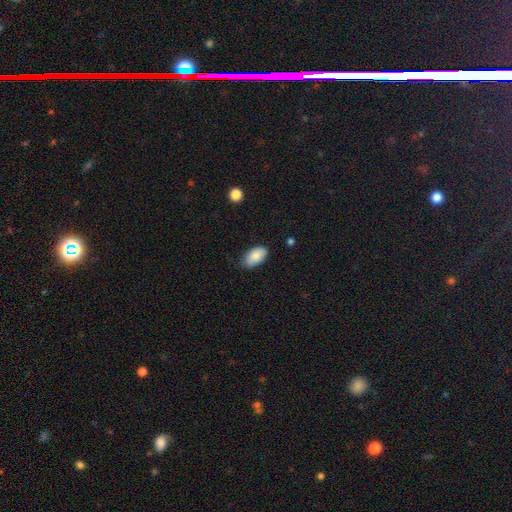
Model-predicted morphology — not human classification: type=smooth (85%); roundness=in between (94%); merging=none (70%).